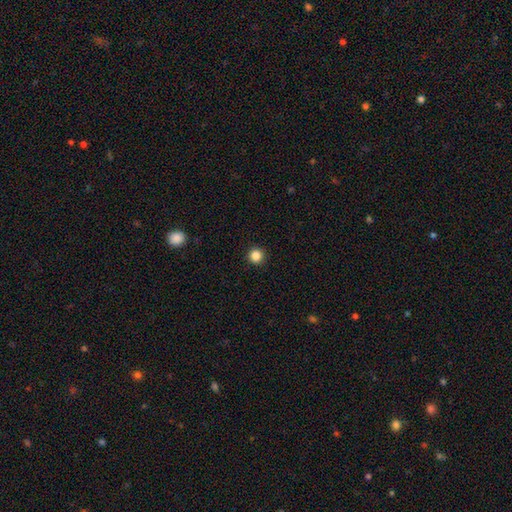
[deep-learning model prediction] A smooth galaxy with no disk features (85%) that is round (96%).

Vote fractions:
- Smooth or featured? smooth: 85% / star or artifact: 12% / featured or disk: 4%
- How rounded? round: 96% / in between: 3% / cigar-shaped: 1%
- Merging? none: 94% / minor disturbance: 4% / major disturbance: 1% / merger: 1%